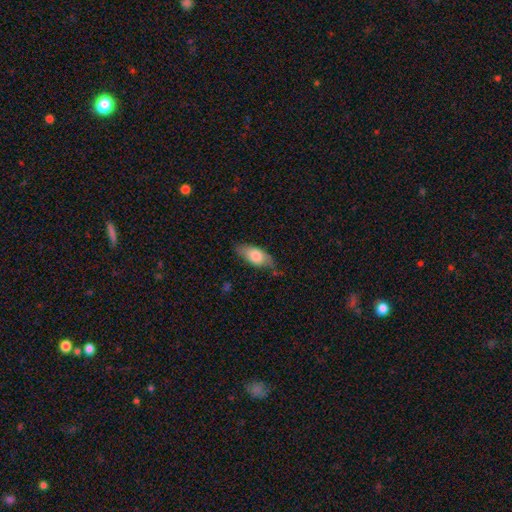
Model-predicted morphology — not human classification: Smooth or featured?
  - smooth: 71% *
  - featured or disk: 23%
  - star or artifact: 6%
How rounded?
  - in between: 84% *
  - cigar-shaped: 13%
  - round: 3%
Merging?
  - none: 65% *
  - minor disturbance: 27%
  - major disturbance: 6%
  - merger: 2%